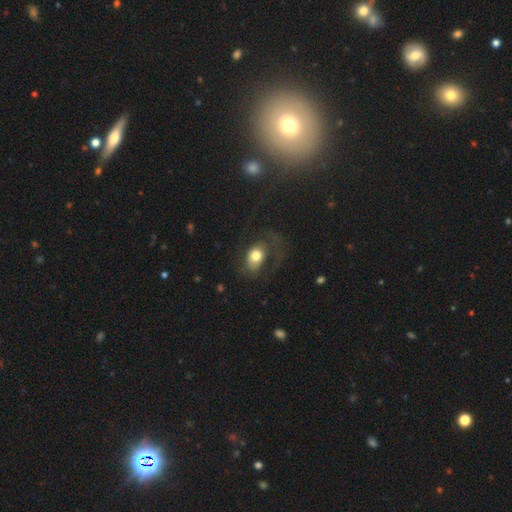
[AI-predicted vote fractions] This is likely a smooth galaxy (62%). How rounded: likely in between (71%). Merging: marginally none (43%).